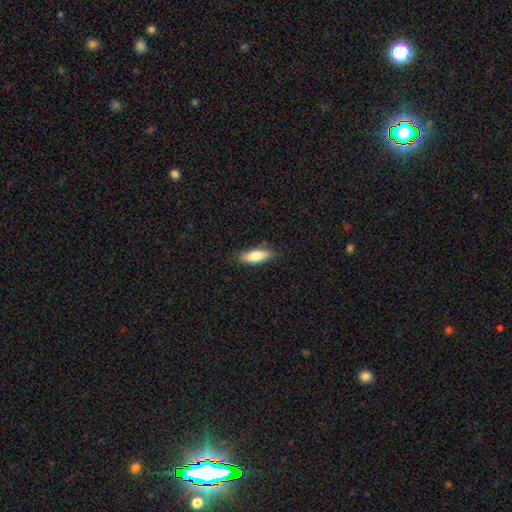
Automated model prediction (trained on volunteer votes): Smooth or featured: smooth — 75% (featured or disk — 19%)
How rounded: in between — 64% (cigar-shaped — 34%)
Merging: none — 85% (minor disturbance — 12%)